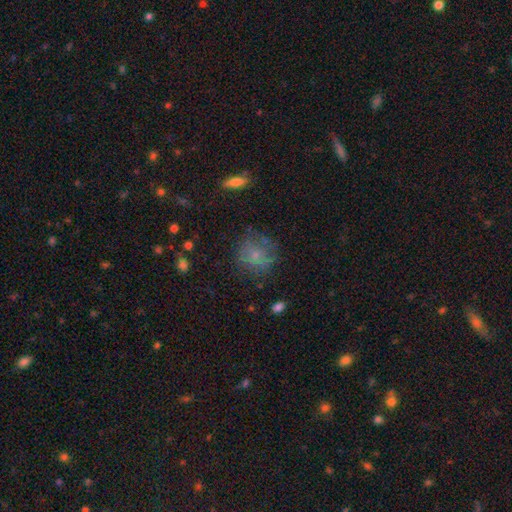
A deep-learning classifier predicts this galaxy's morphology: Q: Smooth or featured?
A: smooth (60%); runner-up: featured or disk (27%)
Q: How rounded?
A: round (83%); runner-up: in between (16%)
Q: Merging?
A: none (62%); runner-up: minor disturbance (22%)